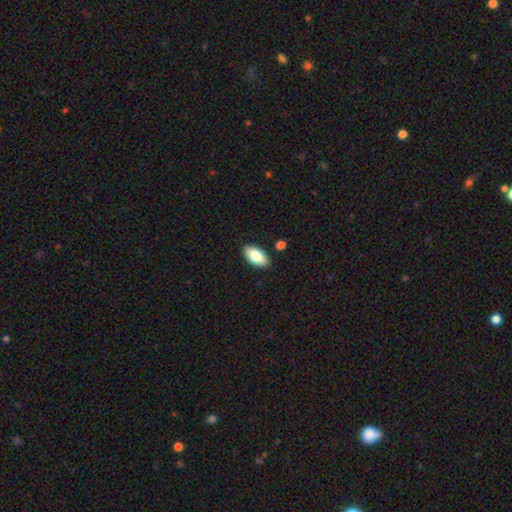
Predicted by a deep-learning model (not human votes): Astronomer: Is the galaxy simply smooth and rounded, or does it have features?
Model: smooth — 83%.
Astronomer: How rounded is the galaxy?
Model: in between — 94%.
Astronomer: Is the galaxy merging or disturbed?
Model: none — 86%.